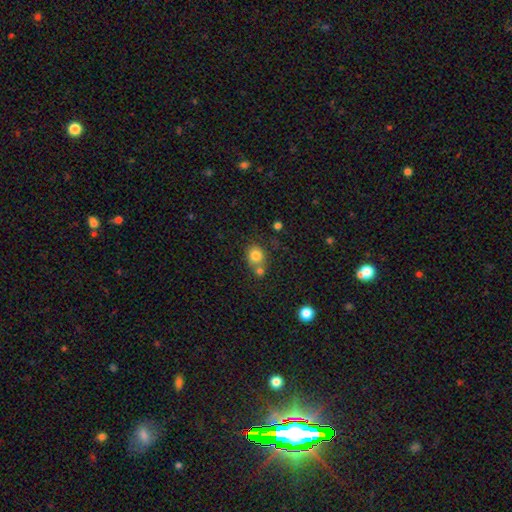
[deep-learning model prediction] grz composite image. It shows a smooth galaxy with no disk features (80%) that is round (76%). Merging: none (50%).